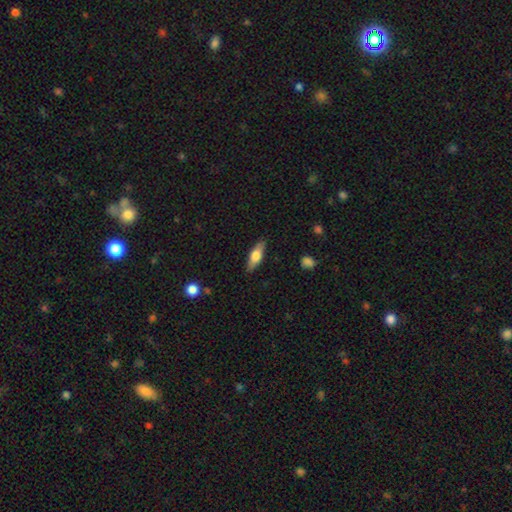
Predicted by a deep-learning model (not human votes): The model was most divided on "how rounded": in between: 55%, cigar-shaped: 42%, round: 3%. More confident: merging — none (87%); smooth or featured — smooth (59%).